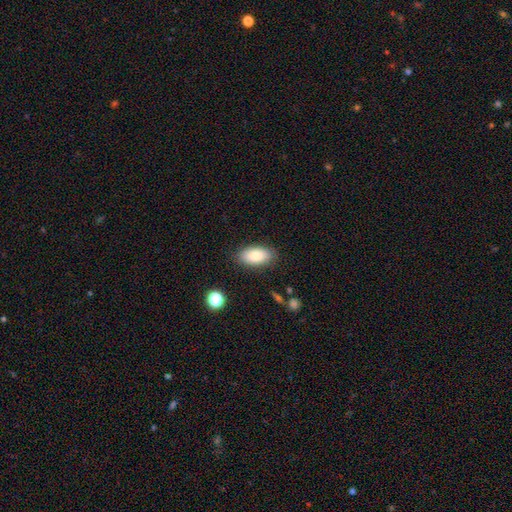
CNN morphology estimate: smooth 83%, featured or disk 10%, star or artifact 7%. Down the decision tree: how rounded — in between (93%); merging — none (85%).